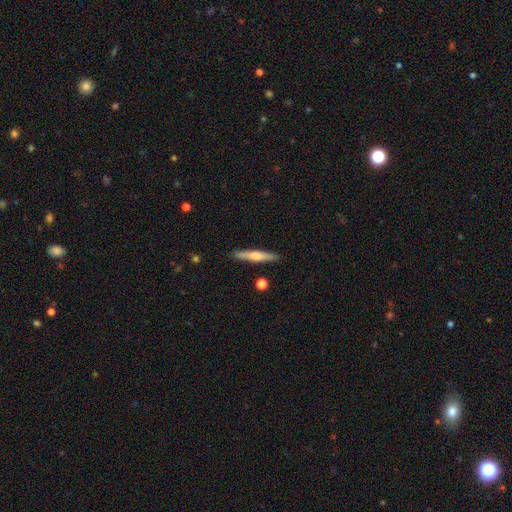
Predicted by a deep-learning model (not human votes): This appears to be a smooth galaxy with no disk features (51%) that is cigar-shaped (92%). Merging: none (88%).